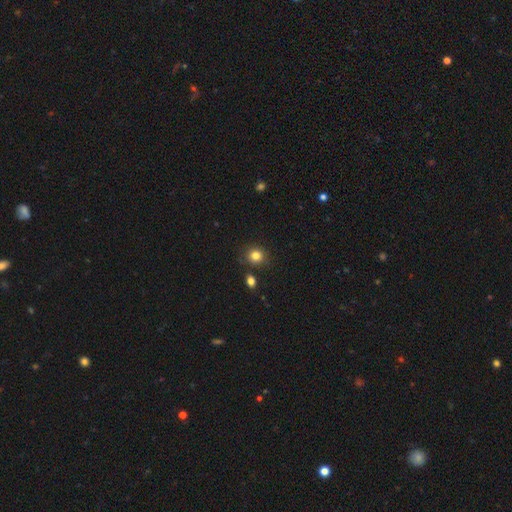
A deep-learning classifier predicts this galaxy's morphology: A smooth galaxy with no disk features (83%) that is round (81%).

Vote fractions:
- Smooth or featured? smooth: 83% / star or artifact: 12% / featured or disk: 6%
- How rounded? round: 81% / in between: 18% / cigar-shaped: 1%
- Merging? none: 82% / minor disturbance: 10% / merger: 5% / major disturbance: 3%